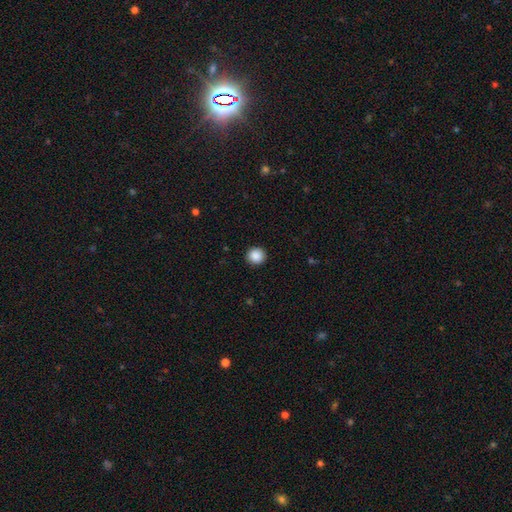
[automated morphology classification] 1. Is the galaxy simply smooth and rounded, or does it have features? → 89% smooth, 9% star or artifact, 3% featured or disk.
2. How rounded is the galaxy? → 94% round, 5% in between, 1% cigar-shaped.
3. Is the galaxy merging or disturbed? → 92% none, 5% minor disturbance, 2% major disturbance, 1% merger.